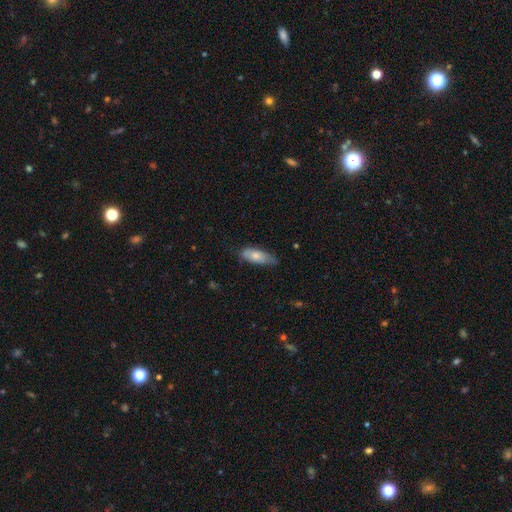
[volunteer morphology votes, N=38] smooth-or-featured: smooth: 71% | featured or disk: 24% | star or artifact: 5%
  how-rounded: in between: 74% | cigar-shaped: 22% | round: 4%
  merging: none: 47% | minor disturbance: 31% | major disturbance: 17% | merger: 6%